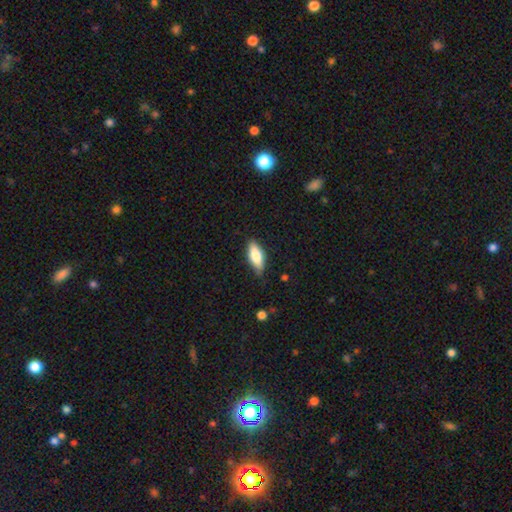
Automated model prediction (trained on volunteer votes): Smooth or featured? smooth (75%)
How rounded? in between (76%)
Merging? none (80%)